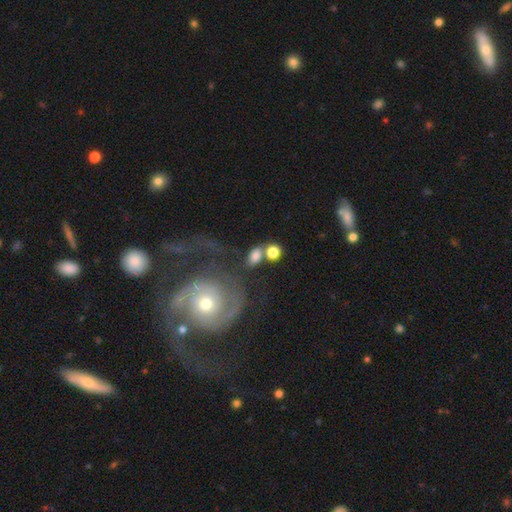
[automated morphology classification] Smooth or featured? smooth (74%)
How rounded? in between (63%)
Merging? none (45%)